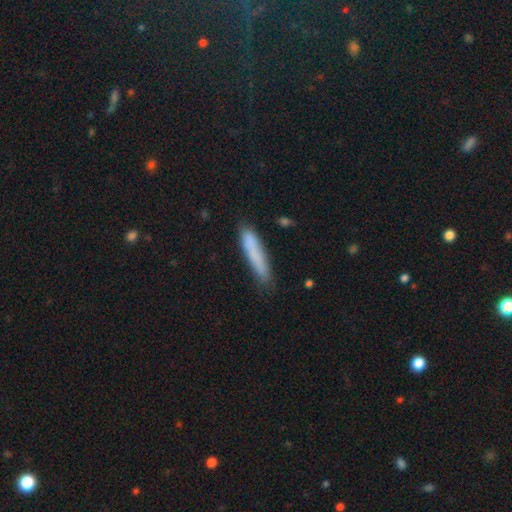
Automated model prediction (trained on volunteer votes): A smooth galaxy with no disk features (80%) that is cigar-shaped (89%).

Vote fractions:
- Smooth or featured? smooth: 80% / featured or disk: 13% / star or artifact: 7%
- How rounded? cigar-shaped: 89% / in between: 10% / round: 1%
- Merging? none: 76% / minor disturbance: 18% / major disturbance: 4% / merger: 2%